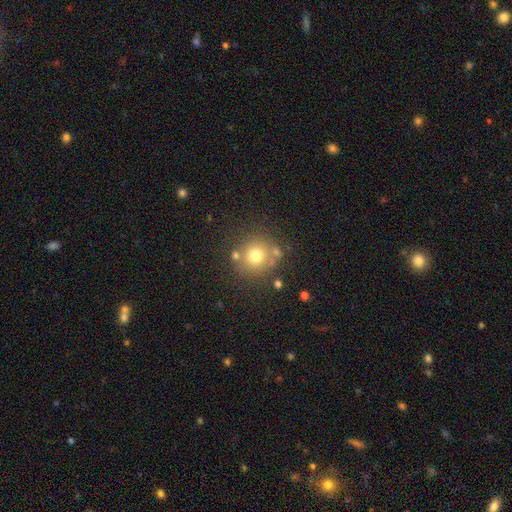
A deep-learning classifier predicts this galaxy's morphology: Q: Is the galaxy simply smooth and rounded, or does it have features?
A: smooth — 71%.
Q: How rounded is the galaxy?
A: round — 90%.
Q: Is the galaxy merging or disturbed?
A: none — 73%.